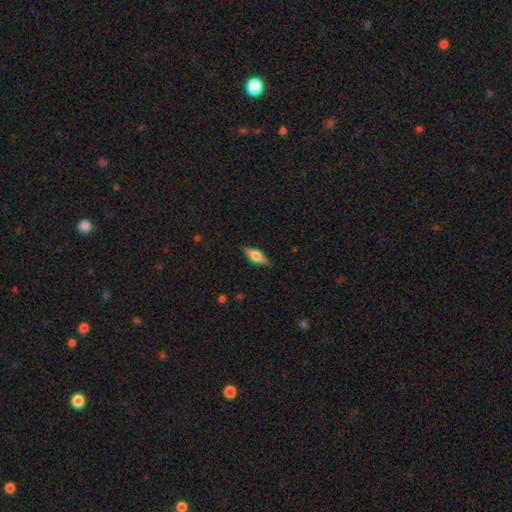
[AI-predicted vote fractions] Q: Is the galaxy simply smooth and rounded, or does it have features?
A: featured or disk — 50%.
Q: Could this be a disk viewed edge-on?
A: yes — 94%.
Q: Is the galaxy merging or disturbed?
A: none — 86%.